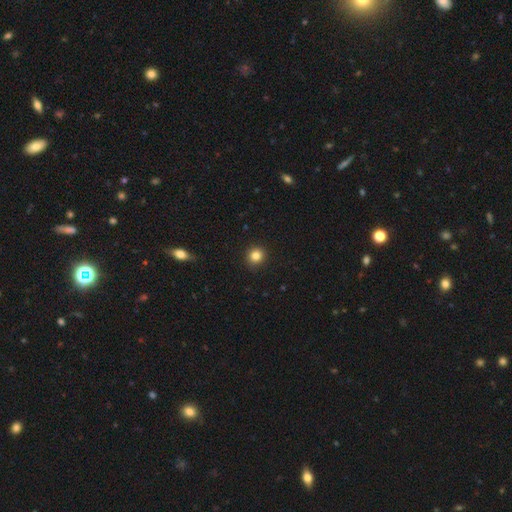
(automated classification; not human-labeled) smooth-or-featured: smooth: 84% | star or artifact: 11% | featured or disk: 5%
  how-rounded: round: 90% | in between: 9% | cigar-shaped: 1%
  merging: none: 91% | minor disturbance: 6% | major disturbance: 2% | merger: 1%